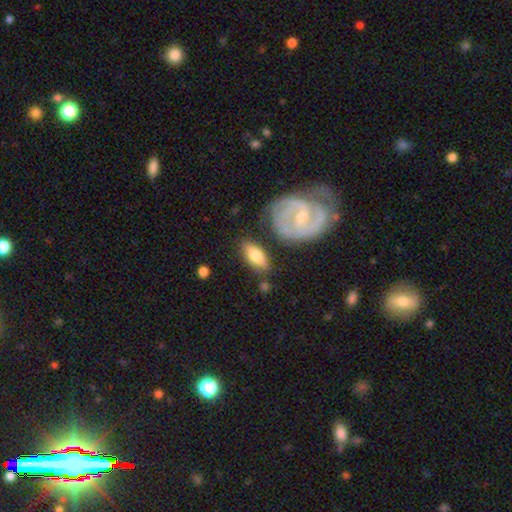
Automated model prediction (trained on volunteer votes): The model was most divided on "smooth or featured": smooth: 60%, featured or disk: 35%, star or artifact: 5%. More confident: how rounded — in between (78%); merging — none (73%).